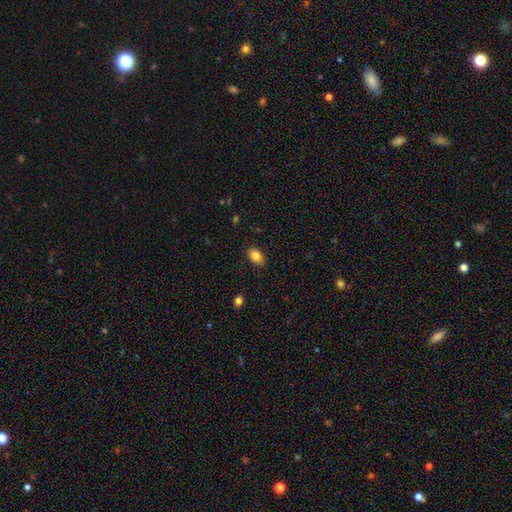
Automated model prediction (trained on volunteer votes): Smooth or featured?
  - smooth: 84% *
  - star or artifact: 8%
  - featured or disk: 8%
How rounded?
  - in between: 88% *
  - round: 11%
  - cigar-shaped: 1%
Merging?
  - none: 87% *
  - minor disturbance: 10%
  - major disturbance: 2%
  - merger: 1%